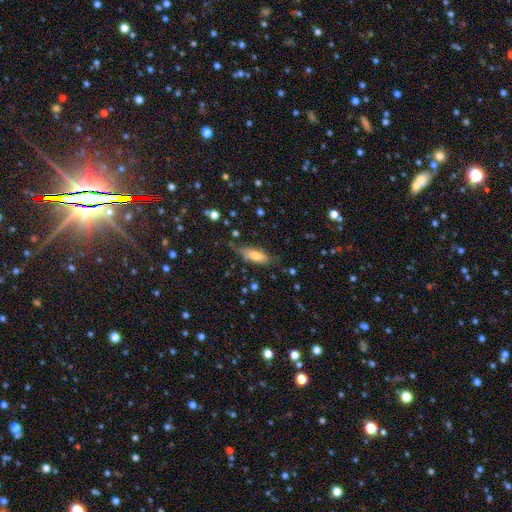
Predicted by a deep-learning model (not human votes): smooth-or-featured: smooth: 68% | featured or disk: 25% | star or artifact: 7%
  how-rounded: in between: 64% | cigar-shaped: 34% | round: 2%
  merging: none: 64% | minor disturbance: 26% | major disturbance: 7% | merger: 3%